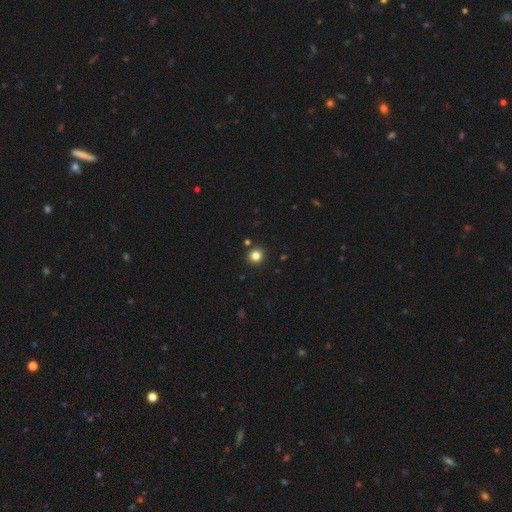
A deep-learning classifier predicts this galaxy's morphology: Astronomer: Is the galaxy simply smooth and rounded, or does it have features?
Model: smooth — 82%.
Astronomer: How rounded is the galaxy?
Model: round — 92%.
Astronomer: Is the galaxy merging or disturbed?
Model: none — 90%.